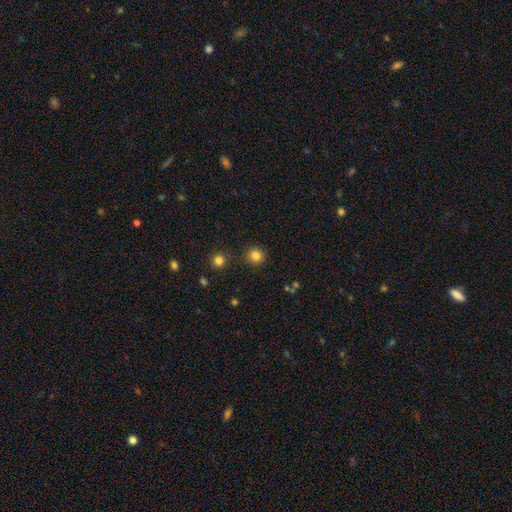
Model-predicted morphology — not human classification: type=smooth (83%); roundness=round (93%); merging=none (89%).